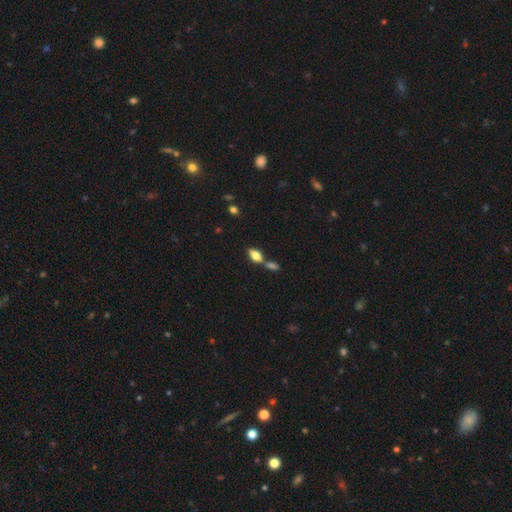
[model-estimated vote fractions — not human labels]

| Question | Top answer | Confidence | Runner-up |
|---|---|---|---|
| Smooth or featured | smooth | 72% | featured or disk (19%) |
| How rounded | in between | 85% | cigar-shaped (10%) |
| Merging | none | 49% | merger (36%) |